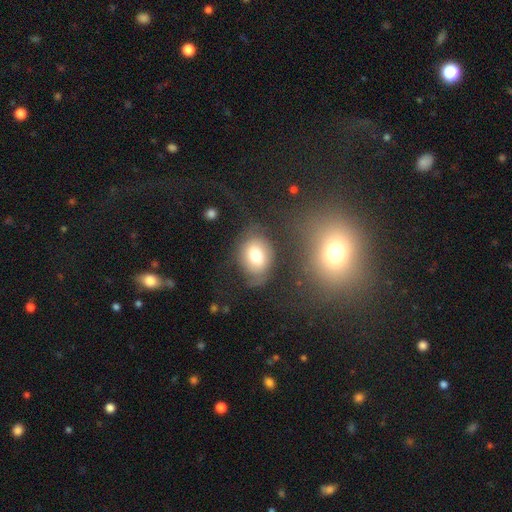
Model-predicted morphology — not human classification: Overall: smooth (66%). How rounded: in between (59%; round 39%). Merging: none (58%; minor disturbance 22%).